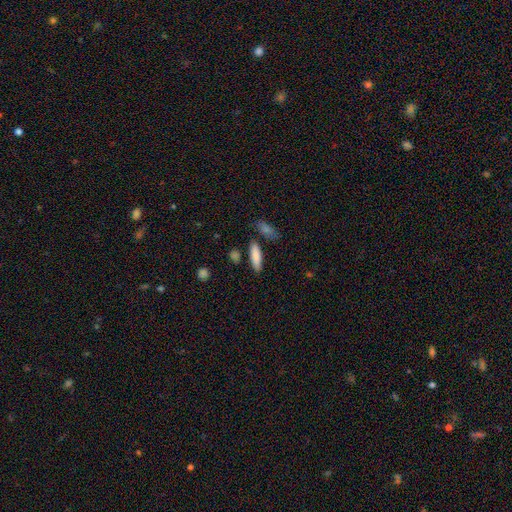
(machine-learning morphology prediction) Q: Smooth or featured?
A: smooth (84%); runner-up: featured or disk (9%)
Q: How rounded?
A: cigar-shaped (61%); runner-up: in between (37%)
Q: Merging?
A: none (80%); runner-up: minor disturbance (11%)